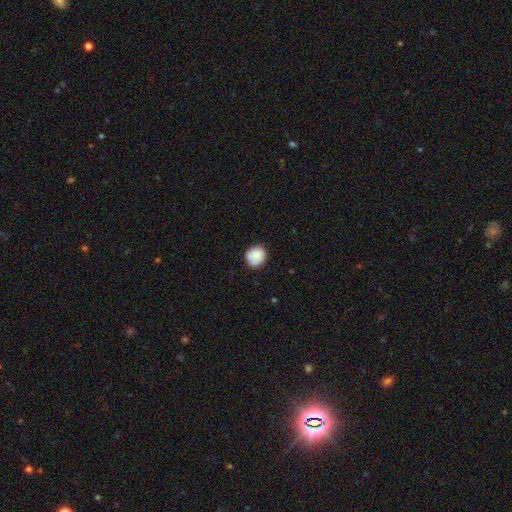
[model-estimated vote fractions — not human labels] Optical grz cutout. It shows a smooth galaxy with no disk features (79%) that is round (83%). Merging: none (75%).